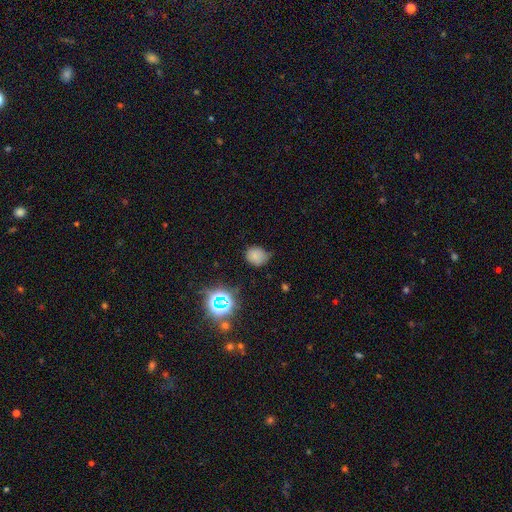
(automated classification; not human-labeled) smooth 72%, star or artifact 20%, featured or disk 8%. Down the decision tree: how rounded — round (68%); merging — none (63%).